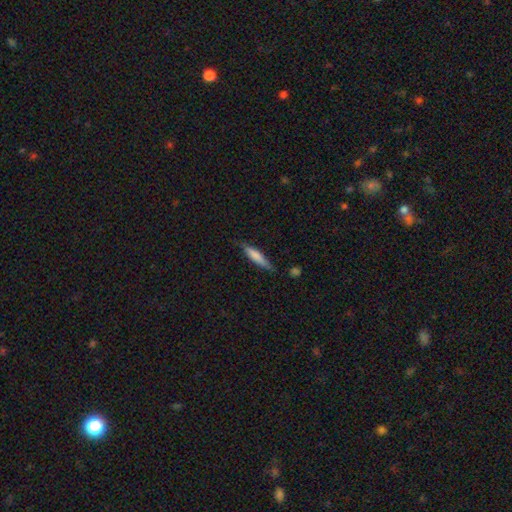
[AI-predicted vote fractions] This is likely a smooth galaxy (72%). How rounded: clearly cigar-shaped (82%). Merging: likely none (75%).